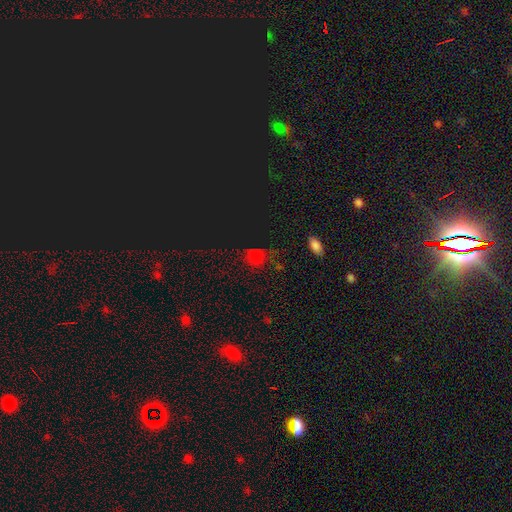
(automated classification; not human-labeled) smooth 51%, star or artifact 42%, featured or disk 8%. Down the decision tree: how rounded — round (63%); merging — none (60%).